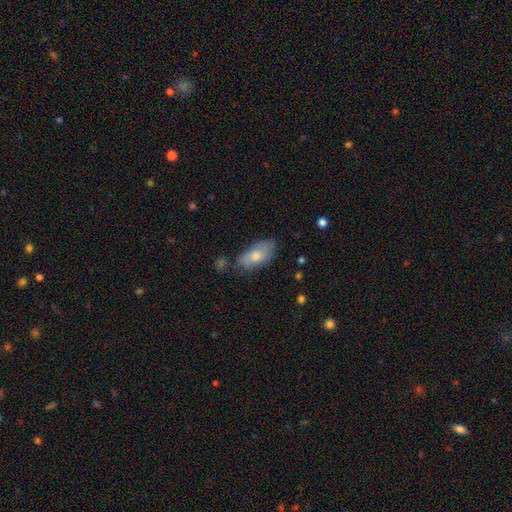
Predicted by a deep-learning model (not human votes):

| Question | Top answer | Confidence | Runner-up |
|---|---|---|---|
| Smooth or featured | smooth | 67% | featured or disk (27%) |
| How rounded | in between | 91% | cigar-shaped (6%) |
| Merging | none | 59% | minor disturbance (29%) |